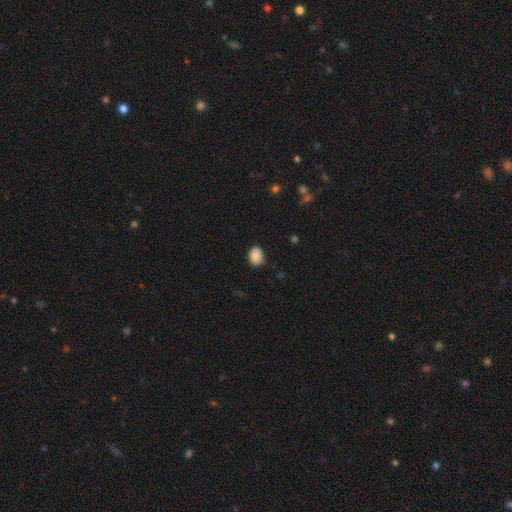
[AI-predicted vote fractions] A smooth galaxy with no disk features (87%) that is in between round and cigar-shaped (55%).

Vote fractions:
- Smooth or featured? smooth: 87% / star or artifact: 8% / featured or disk: 5%
- How rounded? in between: 55% / round: 44% / cigar-shaped: 1%
- Merging? none: 82% / minor disturbance: 14% / major disturbance: 3% / merger: 1%